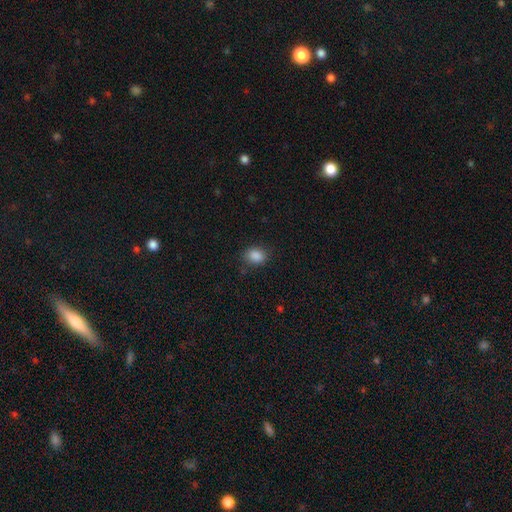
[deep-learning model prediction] This appears to be a smooth galaxy with no disk features (87%) that is in between round and cigar-shaped (55%). Merging: none (80%).